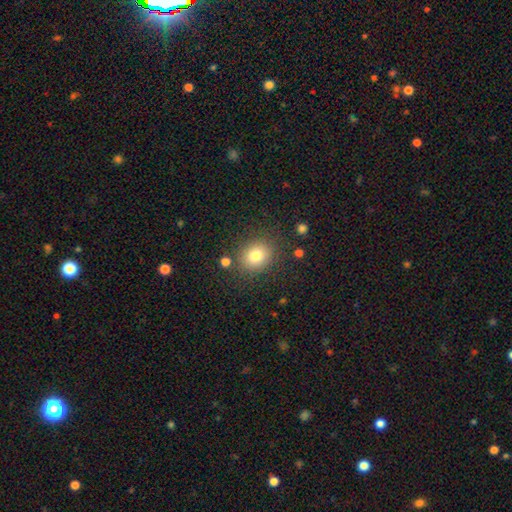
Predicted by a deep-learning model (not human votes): Smooth or featured? smooth (80%)
How rounded? round (70%)
Merging? none (82%)